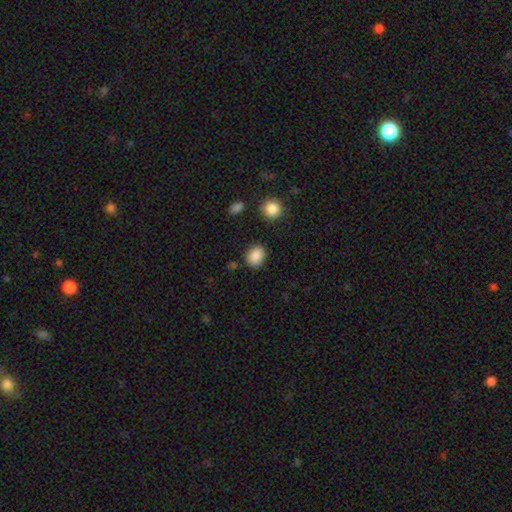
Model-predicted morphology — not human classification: Q: Smooth or featured?
A: smooth (88%); runner-up: star or artifact (9%)
Q: How rounded?
A: in between (59%); runner-up: round (40%)
Q: Merging?
A: none (84%); runner-up: minor disturbance (10%)